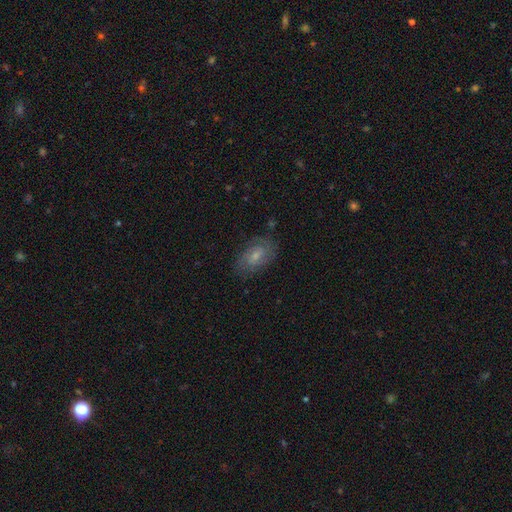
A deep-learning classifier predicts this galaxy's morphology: smooth-or-featured: featured or disk: 54% | smooth: 37% | star or artifact: 9%
  disk-edge-on: no: 95% | yes: 5%
    bar: no: 49% | weak: 43% | strong: 8%
    has-spiral-arms: yes: 83% | no: 17%
    bulge-size: small: 51% | moderate: 38% | none: 7% | large: 3% | dominant: 1%
  merging: none: 75% | minor disturbance: 18% | major disturbance: 6% | merger: 1%